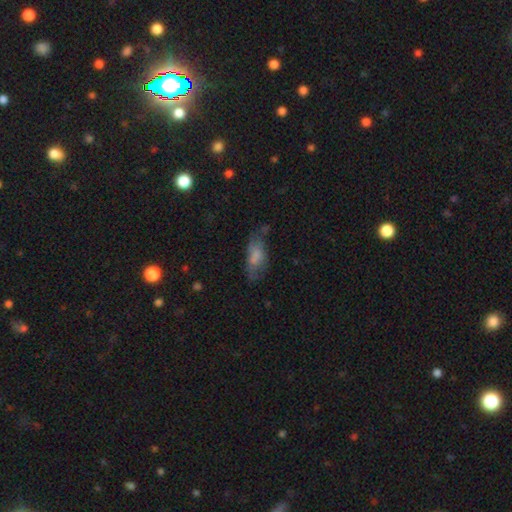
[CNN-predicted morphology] Smooth or featured? smooth (65%)
How rounded? in between (83%)
Merging? none (43%)